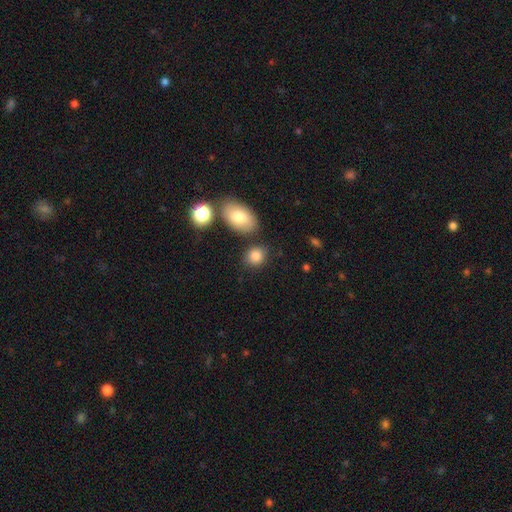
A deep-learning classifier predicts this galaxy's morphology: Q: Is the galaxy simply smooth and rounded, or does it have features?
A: smooth — 84%.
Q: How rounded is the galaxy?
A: round — 55%.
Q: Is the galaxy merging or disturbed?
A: none — 75%.